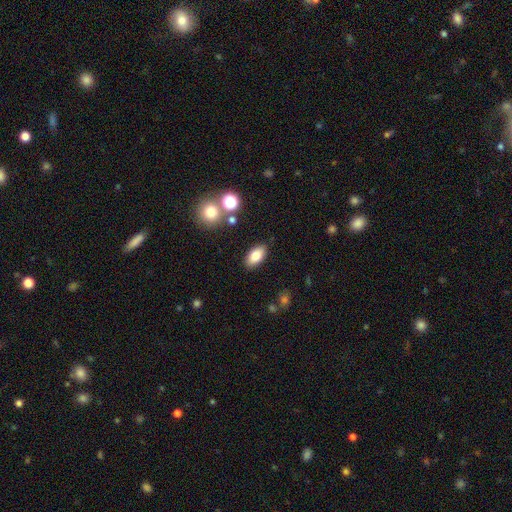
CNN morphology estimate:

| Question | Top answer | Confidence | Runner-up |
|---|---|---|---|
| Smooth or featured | smooth | 80% | featured or disk (11%) |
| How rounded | in between | 91% | round (5%) |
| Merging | none | 86% | minor disturbance (9%) |